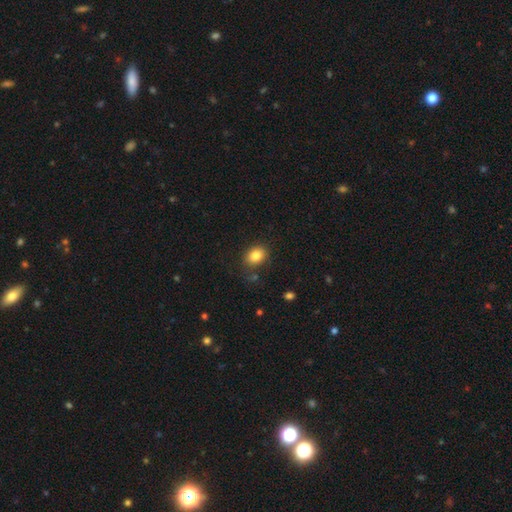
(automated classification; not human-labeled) This appears to be a smooth galaxy with no disk features (83%) that is in between round and cigar-shaped (61%). Merging: none (81%).